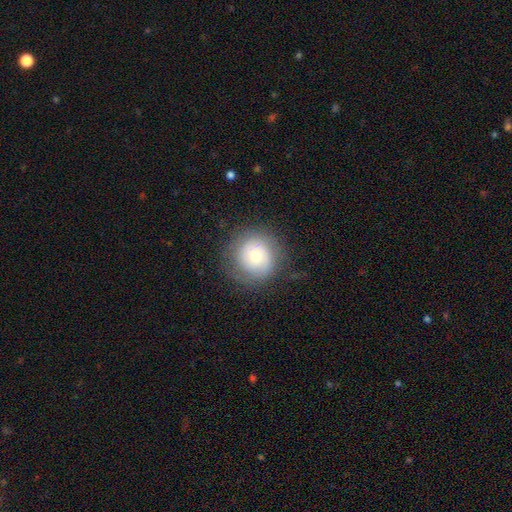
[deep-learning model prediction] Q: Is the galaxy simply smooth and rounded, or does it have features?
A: smooth — 57%.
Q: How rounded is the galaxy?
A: round — 92%.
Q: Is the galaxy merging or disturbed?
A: none — 76%.